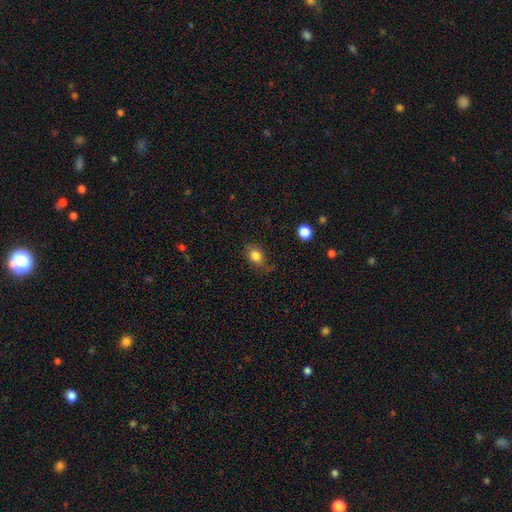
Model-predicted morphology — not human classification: smooth-or-featured: smooth: 82% | star or artifact: 10% | featured or disk: 8%
  how-rounded: in between: 53% | round: 46% | cigar-shaped: 1%
  merging: none: 70% | minor disturbance: 21% | major disturbance: 7% | merger: 2%